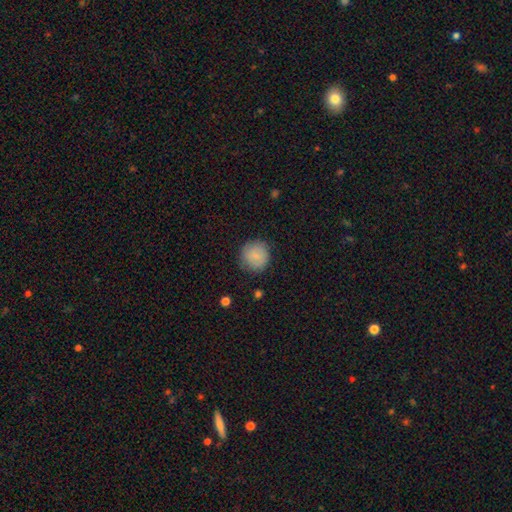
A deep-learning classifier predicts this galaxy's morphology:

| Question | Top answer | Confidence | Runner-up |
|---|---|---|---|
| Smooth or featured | smooth | 84% | featured or disk (8%) |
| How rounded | round | 93% | in between (6%) |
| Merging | none | 84% | minor disturbance (12%) |